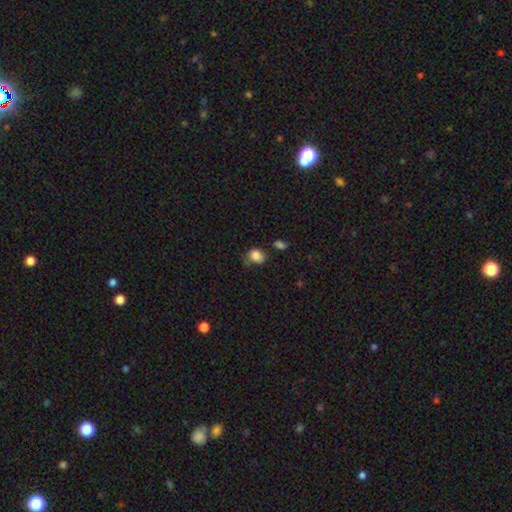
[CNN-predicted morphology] Q: Smooth or featured?
A: smooth (84%); runner-up: star or artifact (10%)
Q: How rounded?
A: round (53%); runner-up: in between (46%)
Q: Merging?
A: none (53%); runner-up: minor disturbance (31%)